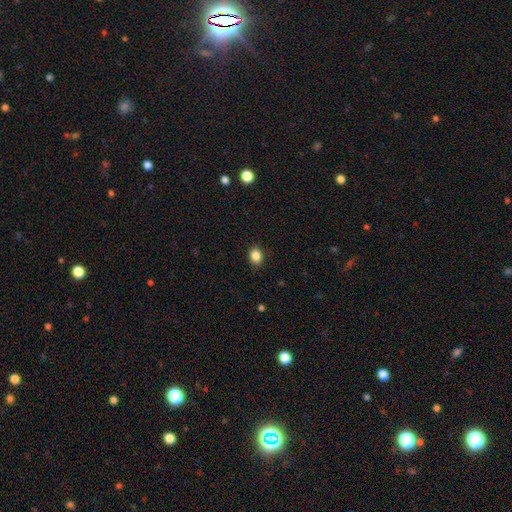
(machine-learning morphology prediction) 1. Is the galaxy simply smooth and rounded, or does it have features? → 87% smooth, 10% star or artifact, 4% featured or disk.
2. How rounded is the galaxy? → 61% in between, 38% round, 1% cigar-shaped.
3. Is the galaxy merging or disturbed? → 89% none, 8% minor disturbance, 2% major disturbance, 1% merger.